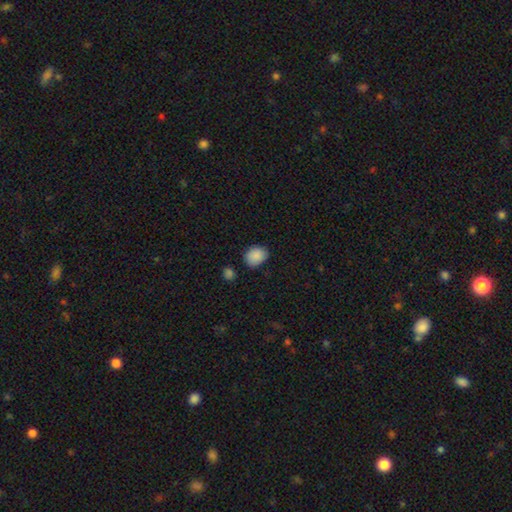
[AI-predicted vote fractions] Smooth or featured?
  - smooth: 88% *
  - star or artifact: 8%
  - featured or disk: 4%
How rounded?
  - in between: 50% *
  - round: 49%
  - cigar-shaped: 1%
Merging?
  - none: 78% *
  - minor disturbance: 16%
  - major disturbance: 3%
  - merger: 3%